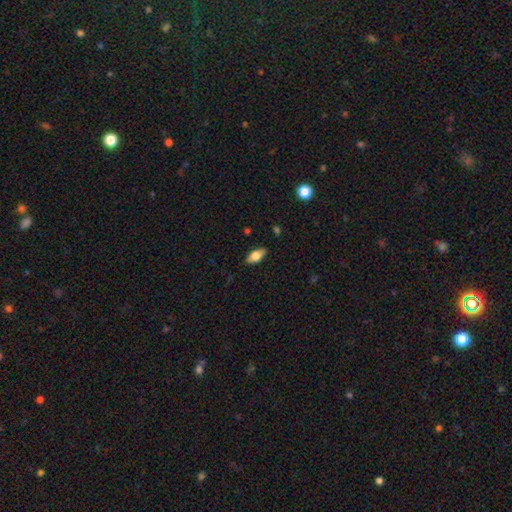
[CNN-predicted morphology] type=smooth (75%); roundness=in between (89%); merging=none (87%).